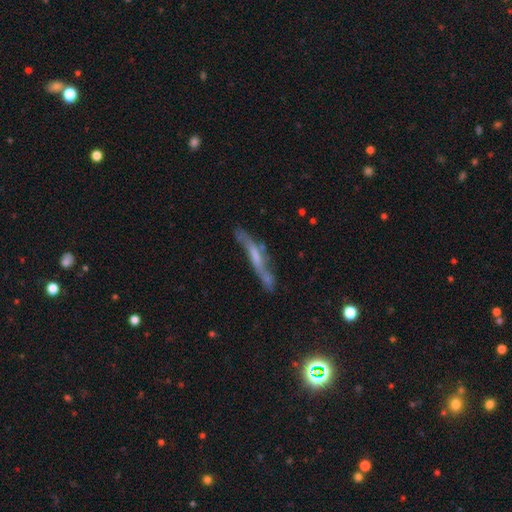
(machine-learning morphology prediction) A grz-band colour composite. It shows a featured or disk galaxy (60%) viewed edge-on (70%). Merging: none (61%).